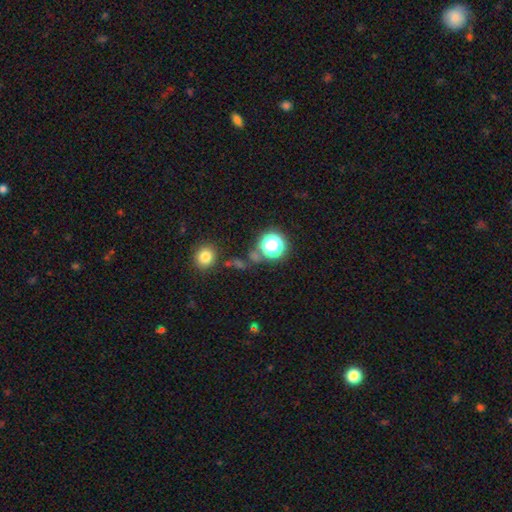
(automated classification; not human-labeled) smooth_or_featured: star or artifact (p=0.54) [alt: smooth p=0.38]